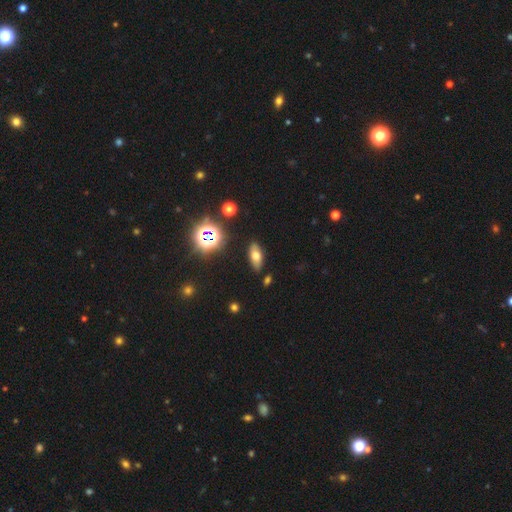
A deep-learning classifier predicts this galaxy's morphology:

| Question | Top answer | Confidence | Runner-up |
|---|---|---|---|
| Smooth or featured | smooth | 63% | featured or disk (20%) |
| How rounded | in between | 81% | cigar-shaped (13%) |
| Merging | none | 85% | minor disturbance (10%) |